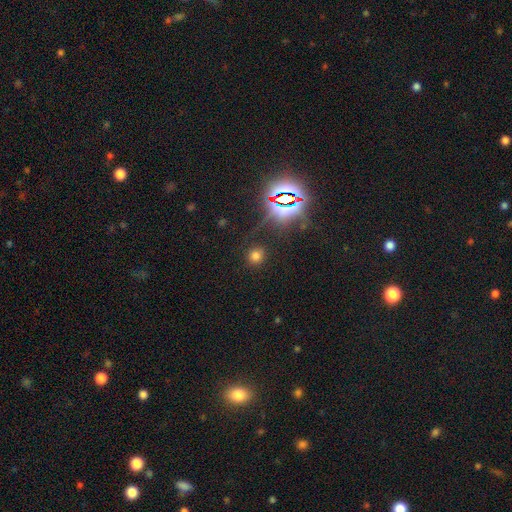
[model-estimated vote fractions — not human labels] Overall: smooth (63%; star or artifact 30%). How rounded: round (86%). Merging: none (84%).